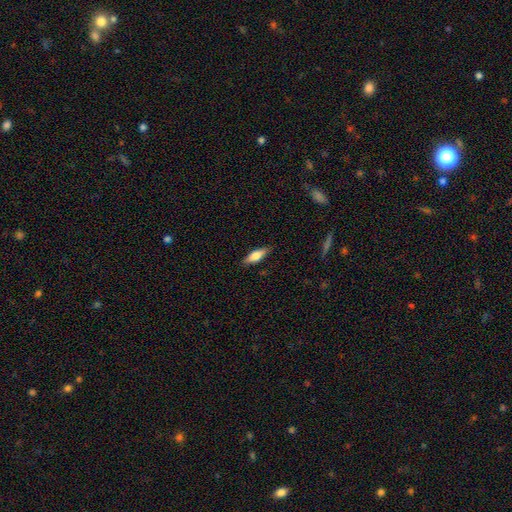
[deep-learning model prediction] smooth-or-featured: smooth: 70% | featured or disk: 24% | star or artifact: 6%
  how-rounded: in between: 58% | cigar-shaped: 40% | round: 2%
  merging: none: 85% | minor disturbance: 11% | major disturbance: 2% | merger: 1%